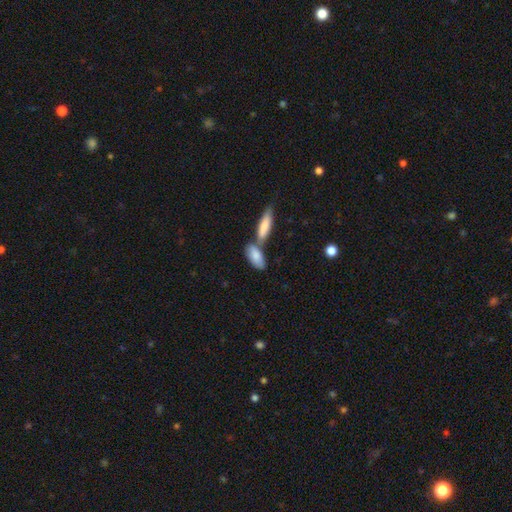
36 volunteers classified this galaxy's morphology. Q: Smooth or featured?
A: smooth (86%); runner-up: featured or disk (8%)
Q: How rounded?
A: in between (77%); runner-up: cigar-shaped (23%)
Q: Merging?
A: none (53%); runner-up: merger (38%)